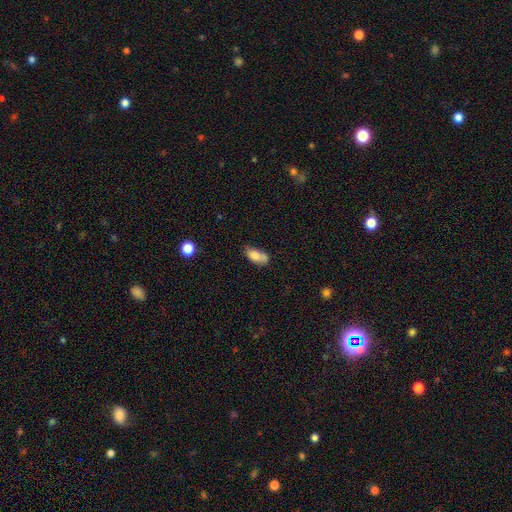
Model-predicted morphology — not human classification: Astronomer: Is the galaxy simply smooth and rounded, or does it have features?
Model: smooth — 74%.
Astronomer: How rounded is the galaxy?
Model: in between — 85%.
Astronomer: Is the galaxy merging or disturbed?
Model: none — 39% (runner-up: merger, 29%).